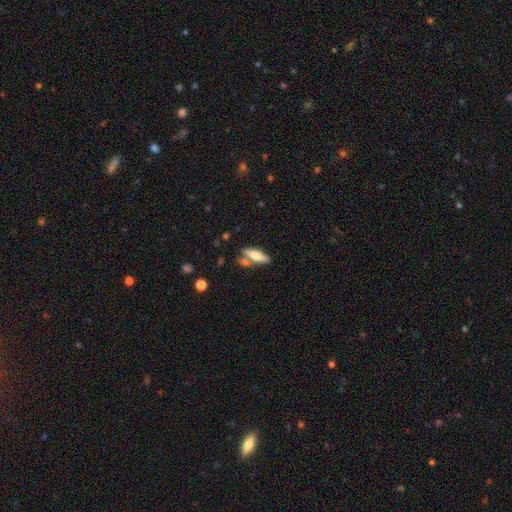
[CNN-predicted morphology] smooth_or_featured: smooth (p=0.65) [alt: featured or disk p=0.29]
how_rounded: in between (p=0.50) [alt: cigar-shaped p=0.48]
merging: none (p=0.62) [alt: merger p=0.20]